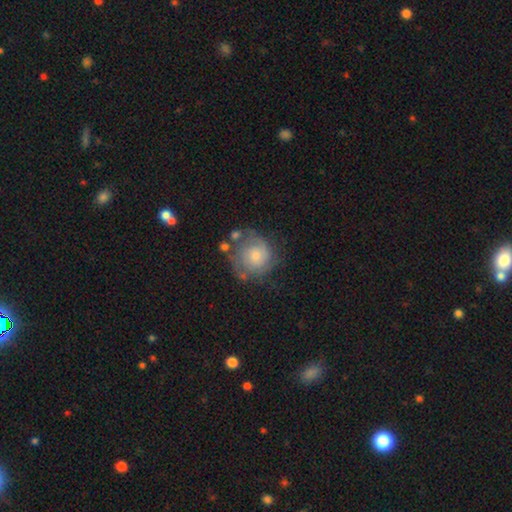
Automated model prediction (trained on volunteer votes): Smooth or featured: featured or disk — 52% (smooth — 40%)
Edge-on disk: no — 98% (yes — 2%)
Bar: no — 81% (weak — 17%)
Spiral arms: yes — 76% (no — 24%)
Bulge size: small — 49% (moderate — 39%)
Merging: none — 56% (minor disturbance — 23%)